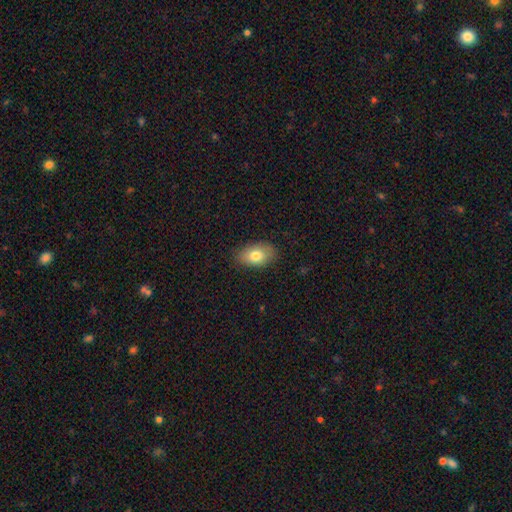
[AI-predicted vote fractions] Smooth or featured?
  - smooth: 78% *
  - featured or disk: 15%
  - star or artifact: 8%
How rounded?
  - in between: 89% *
  - round: 10%
  - cigar-shaped: 2%
Merging?
  - none: 83% *
  - minor disturbance: 13%
  - major disturbance: 3%
  - merger: 1%